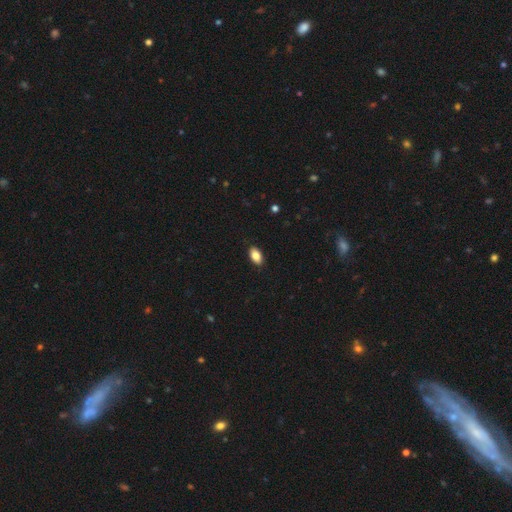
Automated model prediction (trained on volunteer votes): Smooth or featured: smooth — 85% (featured or disk — 8%)
How rounded: in between — 92% (round — 5%)
Merging: none — 89% (minor disturbance — 9%)